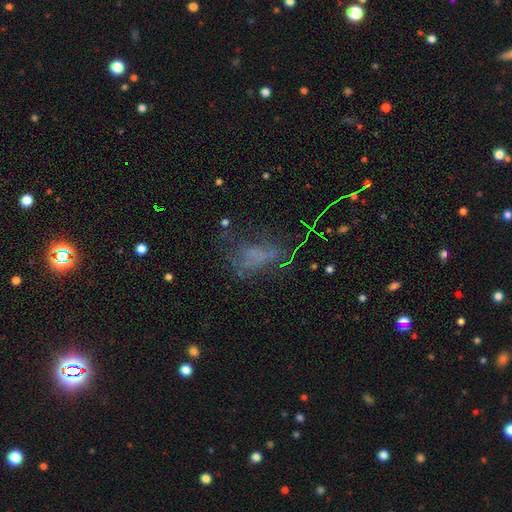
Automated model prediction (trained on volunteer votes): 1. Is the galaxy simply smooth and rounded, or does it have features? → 37% smooth, 36% featured or disk, 27% star or artifact.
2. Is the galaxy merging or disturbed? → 40% none, 36% major disturbance, 20% minor disturbance, 4% merger.